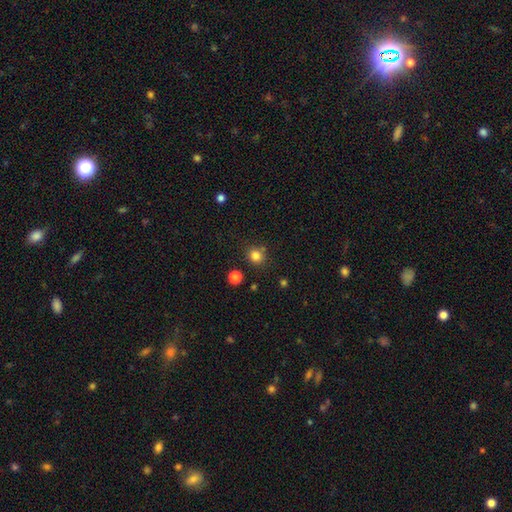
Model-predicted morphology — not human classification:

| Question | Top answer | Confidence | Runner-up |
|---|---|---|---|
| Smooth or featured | smooth | 81% | star or artifact (14%) |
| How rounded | round | 84% | in between (15%) |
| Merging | none | 77% | minor disturbance (11%) |